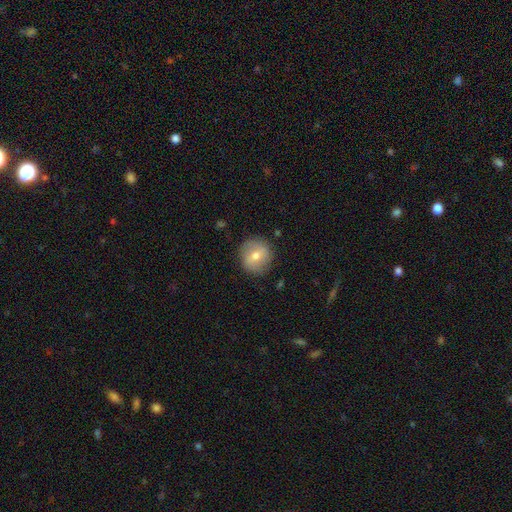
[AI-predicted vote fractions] A smooth galaxy with no disk features (64%) that is round (91%).

Vote fractions:
- Smooth or featured? smooth: 64% / featured or disk: 28% / star or artifact: 8%
- How rounded? round: 91% / in between: 8% / cigar-shaped: 1%
- Merging? none: 86% / minor disturbance: 10% / major disturbance: 3% / merger: 1%